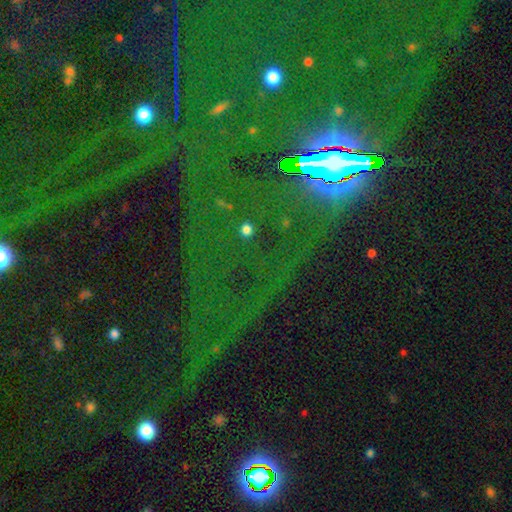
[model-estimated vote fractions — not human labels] smooth_or_featured: star or artifact (p=0.83) [alt: featured or disk p=0.09]